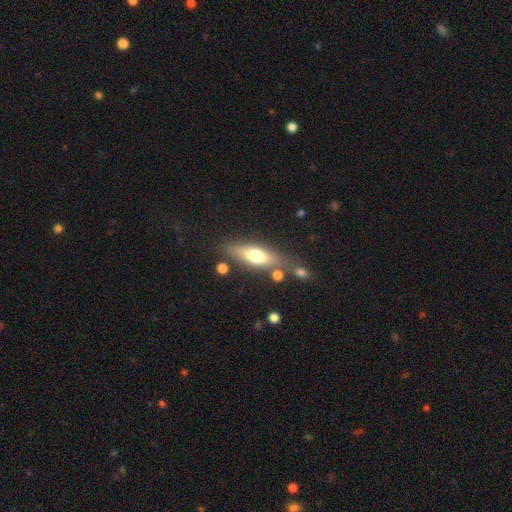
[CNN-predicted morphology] This appears to be a smooth galaxy with no disk features (53%) that is cigar-shaped (50%). Merging: none (71%).